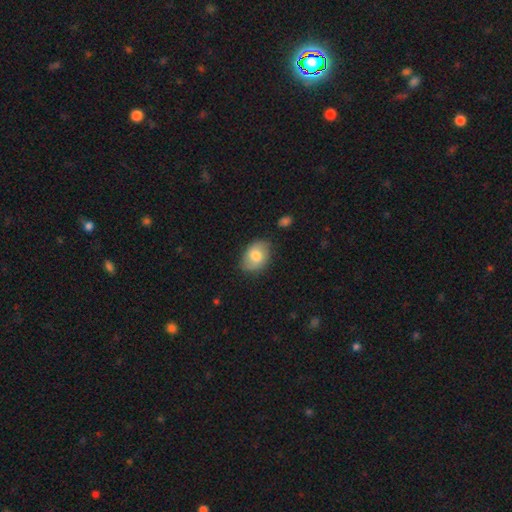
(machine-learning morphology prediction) Q: Smooth or featured?
A: smooth (73%); runner-up: featured or disk (20%)
Q: How rounded?
A: in between (76%); runner-up: round (23%)
Q: Merging?
A: none (77%); runner-up: minor disturbance (17%)